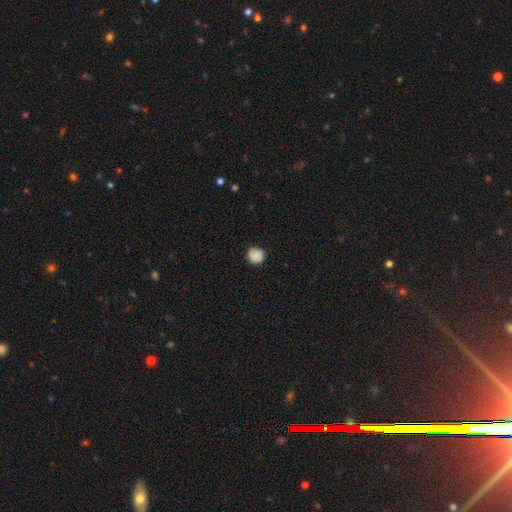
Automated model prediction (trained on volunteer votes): Morphology: type=smooth (87%); roundness=round (90%); merging=none (87%).